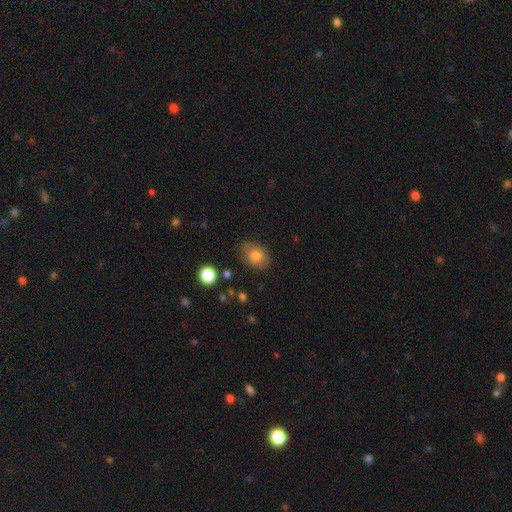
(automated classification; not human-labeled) A smooth galaxy with no disk features (79%) that is in between round and cigar-shaped (57%). Merging: none (75%).